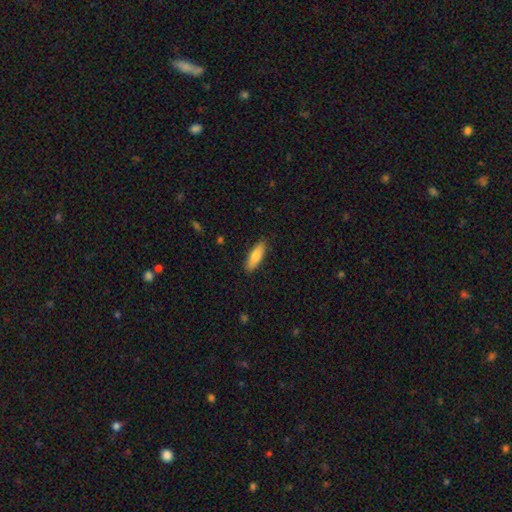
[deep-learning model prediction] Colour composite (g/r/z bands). It shows a smooth galaxy with no disk features (80%) that is in between round and cigar-shaped (54%). Merging: none (87%).